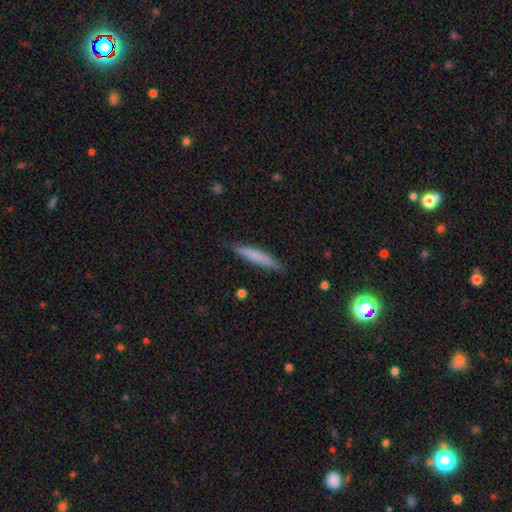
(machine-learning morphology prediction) Smooth or featured?
  - smooth: 71% *
  - featured or disk: 23%
  - star or artifact: 6%
How rounded?
  - cigar-shaped: 93% *
  - in between: 5%
  - round: 1%
Merging?
  - none: 87% *
  - minor disturbance: 10%
  - major disturbance: 2%
  - merger: 1%